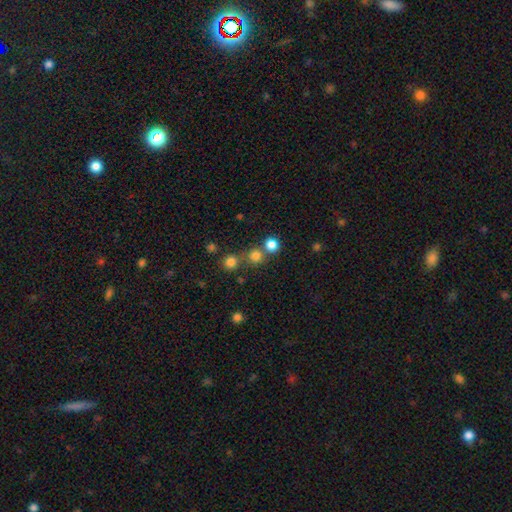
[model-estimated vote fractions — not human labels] Smooth or featured? Predicted: smooth (p=0.76). How rounded? Predicted: round (p=0.92). Merging? Predicted: none (p=0.68).